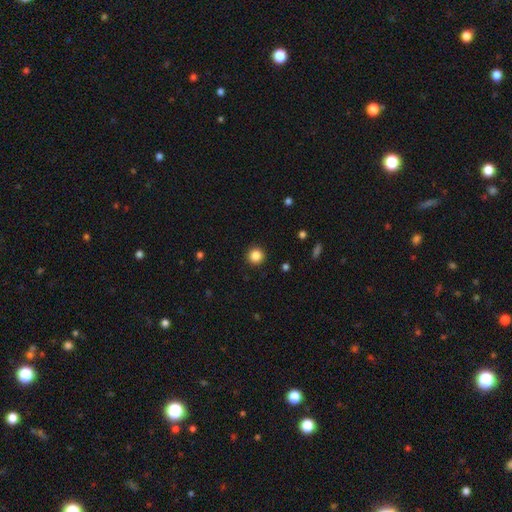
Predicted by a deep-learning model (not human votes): Morphology: type=smooth (85%); roundness=round (95%); merging=none (92%).